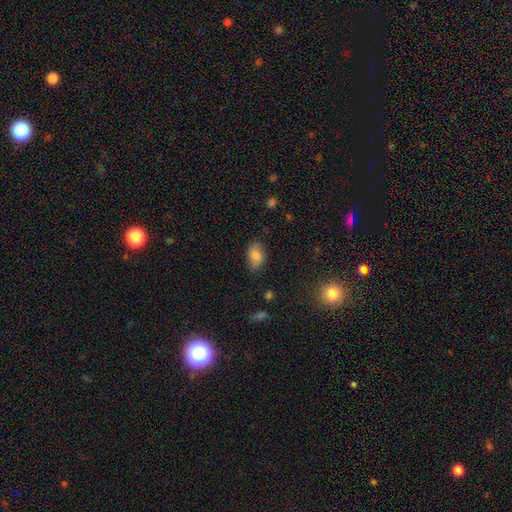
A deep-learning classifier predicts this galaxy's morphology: Smooth or featured?
  - smooth: 82% *
  - featured or disk: 9%
  - star or artifact: 9%
How rounded?
  - in between: 89% *
  - round: 10%
  - cigar-shaped: 1%
Merging?
  - none: 70% *
  - minor disturbance: 23%
  - major disturbance: 5%
  - merger: 2%